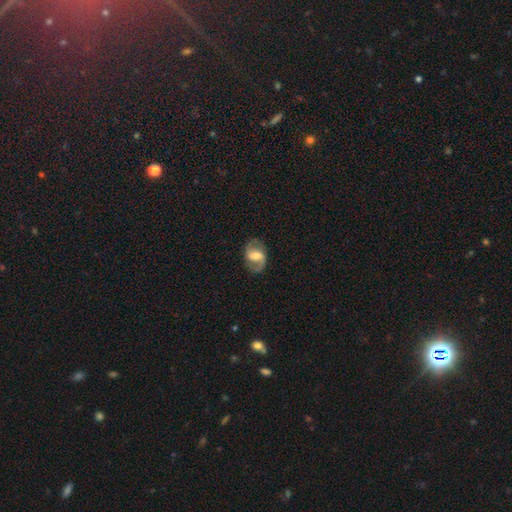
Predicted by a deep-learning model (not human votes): Smooth or featured? Predicted: featured or disk (p=0.74). Edge-on disk? Predicted: no (p=0.97). Bar? Predicted: weak (p=0.49). Spiral arms? Predicted: yes (p=0.89). Spiral winding? Predicted: medium (p=0.47). Spiral arm count? Predicted: 2 (p=0.89). Bulge size? Predicted: moderate (p=0.50). Merging? Predicted: none (p=0.79).